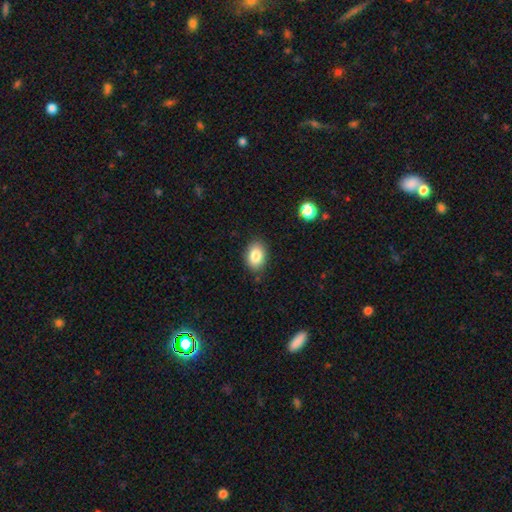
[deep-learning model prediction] This is clearly a smooth galaxy (85%). How rounded: likely in between (76%). Merging: clearly none (86%).